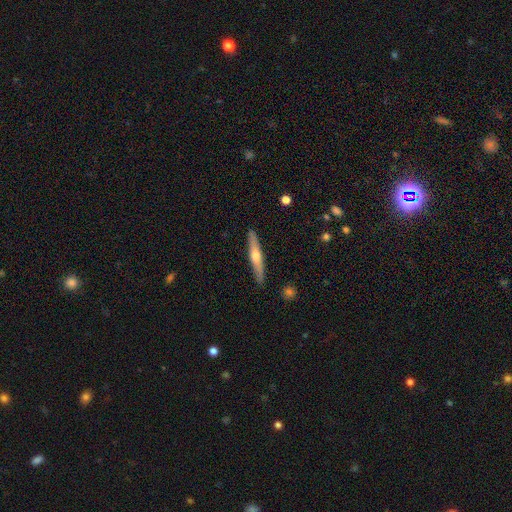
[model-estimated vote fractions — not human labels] smooth_or_featured: featured or disk (p=0.59) [alt: smooth p=0.35]
disk_edge_on: yes (p=0.95) [alt: no p=0.05]
edge_on_bulge: rounded (p=0.89) [alt: none p=0.09]
merging: none (p=0.90) [alt: minor disturbance p=0.07]